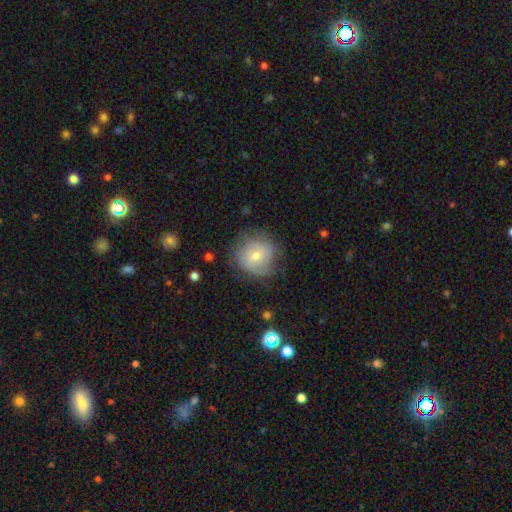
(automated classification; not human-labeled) Smooth or featured: smooth — 48% (featured or disk — 42%)
Merging: none — 70% (minor disturbance — 21%)